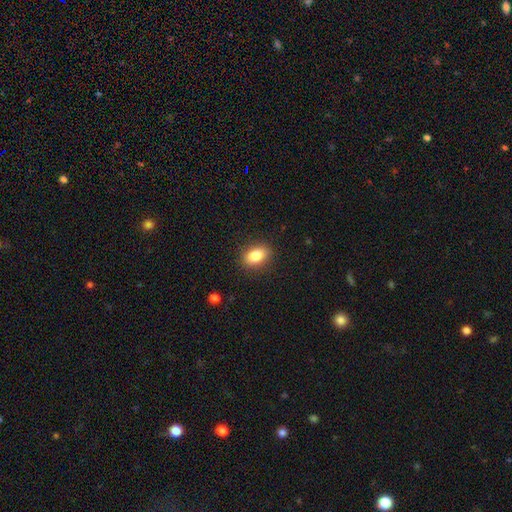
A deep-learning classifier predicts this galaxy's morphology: type=smooth (83%); roundness=in between (83%); merging=none (88%).